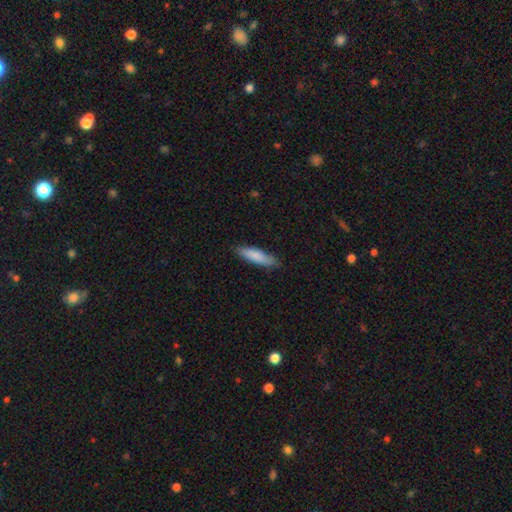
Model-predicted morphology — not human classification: smooth_or_featured: smooth (p=0.84) [alt: featured or disk p=0.10]
how_rounded: cigar-shaped (p=0.67) [alt: in between p=0.31]
merging: none (p=0.84) [alt: minor disturbance p=0.13]